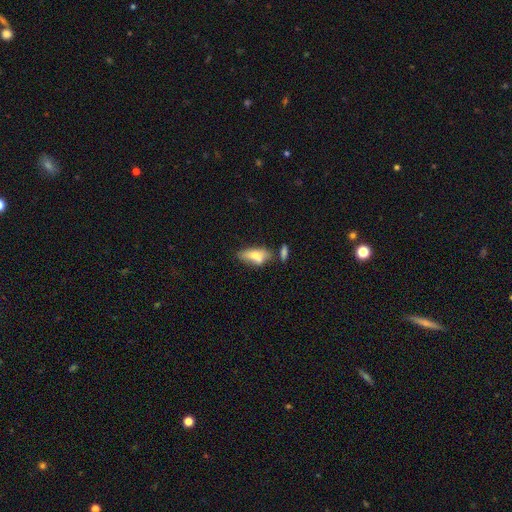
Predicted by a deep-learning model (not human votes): Smooth or featured? Predicted: smooth (p=0.67). How rounded? Predicted: in between (p=0.80). Merging? Predicted: none (p=0.42).